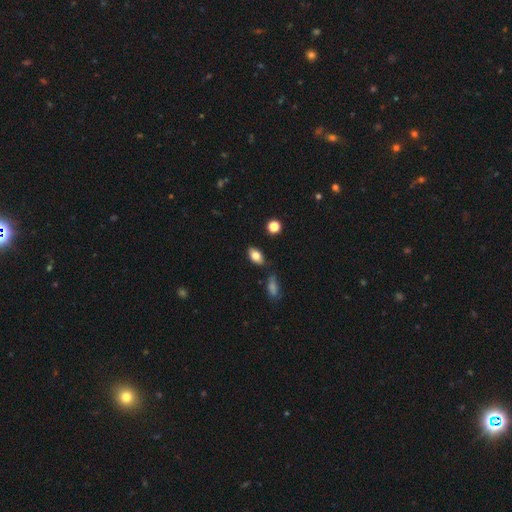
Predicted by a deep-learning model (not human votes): smooth 80%, featured or disk 11%, star or artifact 8%. Down the decision tree: how rounded — in between (89%); merging — none (78%).